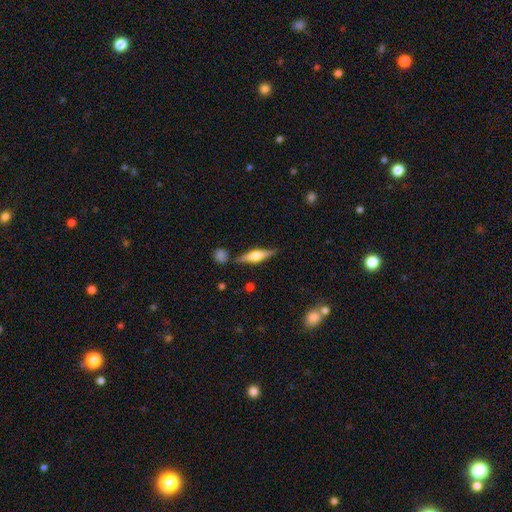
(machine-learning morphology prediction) Overall: featured or disk (62%; smooth 31%). Edge-on disk: yes (96%). Edge-on bulge: rounded (85%). Merging: none (82%).